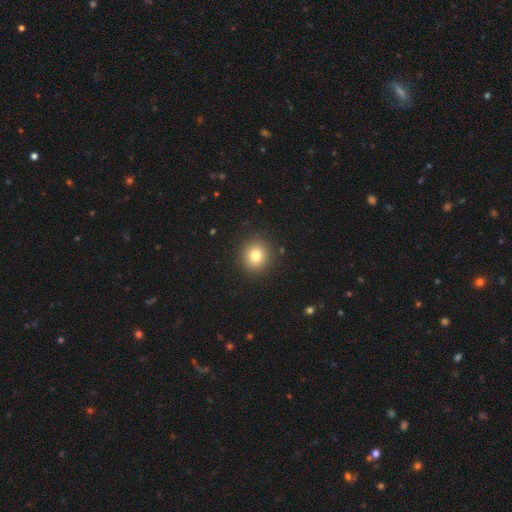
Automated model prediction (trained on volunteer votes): smooth 79%, star or artifact 12%, featured or disk 9%. Down the decision tree: how rounded — round (88%); merging — none (90%).